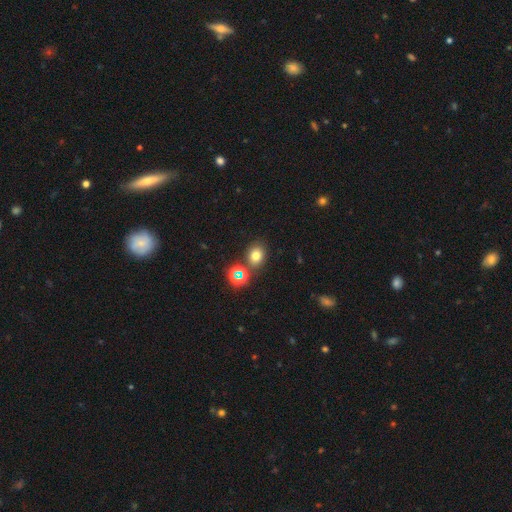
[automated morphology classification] This appears to be a smooth galaxy with no disk features (71%) that is round (58%). Merging: none (76%).